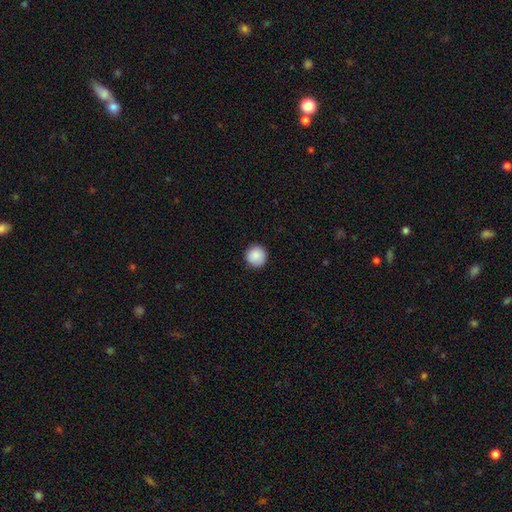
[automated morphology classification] Smooth or featured: smooth — 88% (star or artifact — 8%)
How rounded: round — 96% (in between — 3%)
Merging: none — 92% (minor disturbance — 6%)